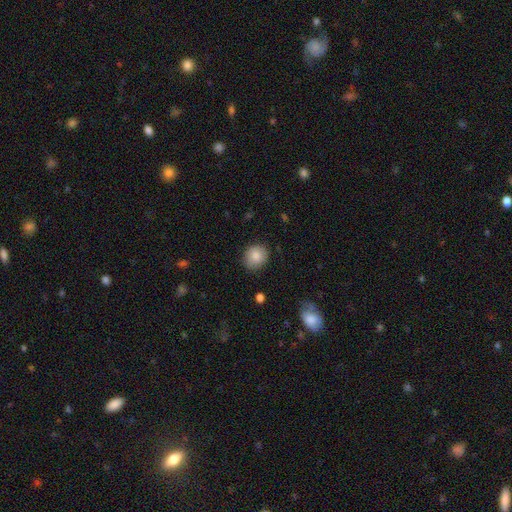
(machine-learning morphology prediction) A smooth galaxy with no disk features (85%) that is round (78%). Merging: none (84%).